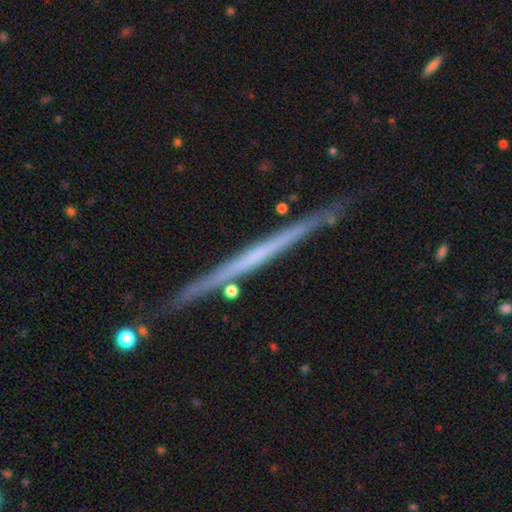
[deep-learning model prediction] A featured or disk galaxy (70%) viewed edge-on (98%) with no central bulge (88%).

Vote fractions:
- Smooth or featured? featured or disk: 70% / smooth: 24% / star or artifact: 6%
- Edge-on disk? yes: 98% / no: 2%
- Edge-on bulge? none: 88% / rounded: 8% / boxy: 4%
- Merging? none: 88% / minor disturbance: 9% / merger: 2% / major disturbance: 2%